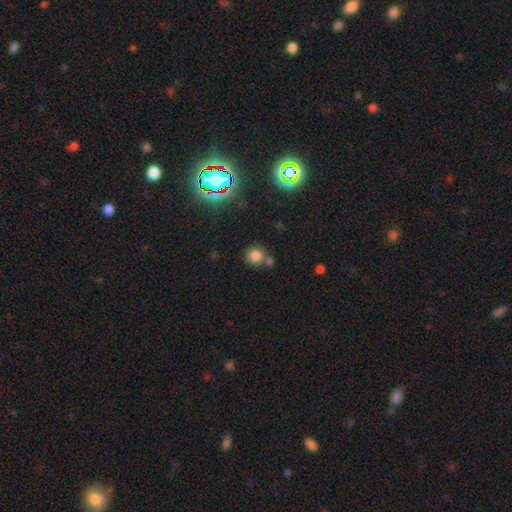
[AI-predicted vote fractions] A smooth galaxy with no disk features (79%) that is round (90%). Merging: none (63%).